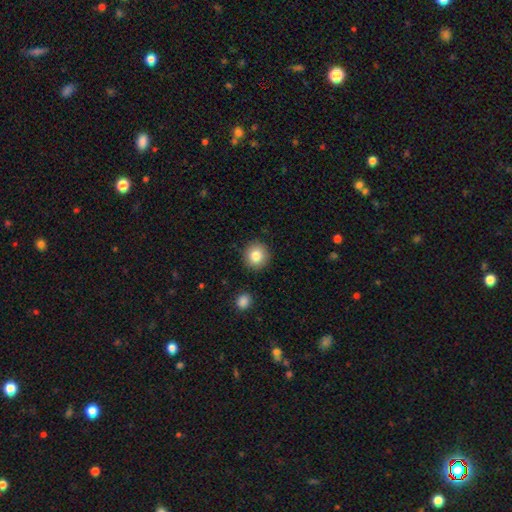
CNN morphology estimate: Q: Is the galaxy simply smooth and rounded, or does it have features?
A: smooth — 82%.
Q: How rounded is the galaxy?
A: round — 91%.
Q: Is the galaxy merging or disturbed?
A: none — 89%.